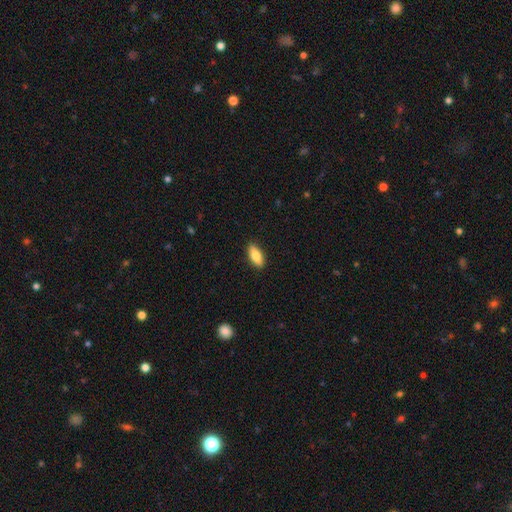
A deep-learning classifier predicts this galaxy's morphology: This is likely a smooth galaxy (78%). How rounded: clearly in between (81%). Merging: clearly none (89%).